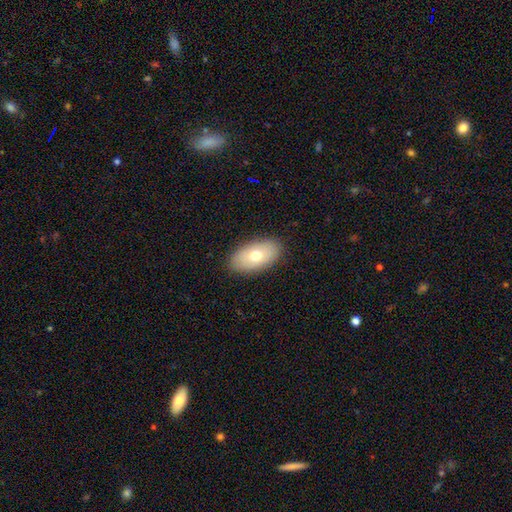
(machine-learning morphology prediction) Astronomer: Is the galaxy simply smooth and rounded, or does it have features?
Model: smooth — 69%.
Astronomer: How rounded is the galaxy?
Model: in between — 94%.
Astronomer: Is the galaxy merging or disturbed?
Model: none — 88%.